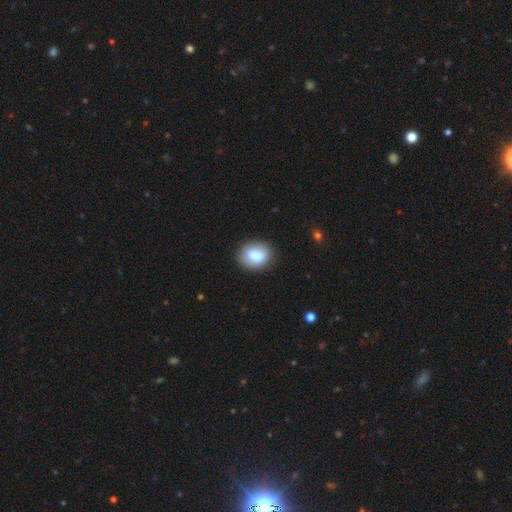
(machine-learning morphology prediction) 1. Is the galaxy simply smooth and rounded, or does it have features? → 83% smooth, 9% featured or disk, 8% star or artifact.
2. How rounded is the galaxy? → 60% in between, 38% round, 1% cigar-shaped.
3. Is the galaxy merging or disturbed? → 81% none, 14% minor disturbance, 4% major disturbance, 2% merger.